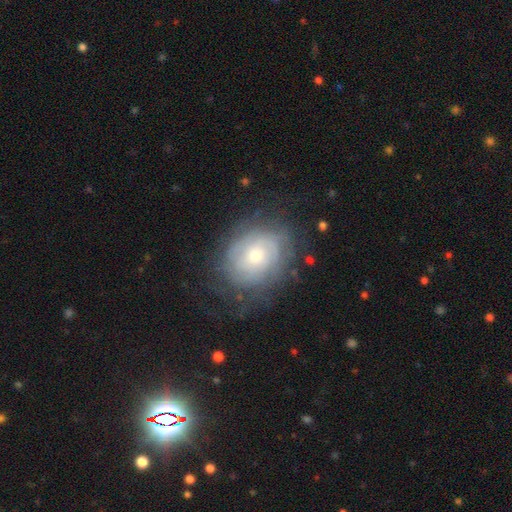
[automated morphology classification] Smooth or featured? Predicted: featured or disk (p=0.68). Edge-on disk? Predicted: no (p=0.96). Bar? Predicted: no (p=0.80). Spiral arms? Predicted: yes (p=0.82). Spiral winding? Predicted: tight (p=0.72). Spiral arm count? Predicted: can't tell (p=0.59). Bulge size? Predicted: moderate (p=0.47, tied with small). Merging? Predicted: none (p=0.71).